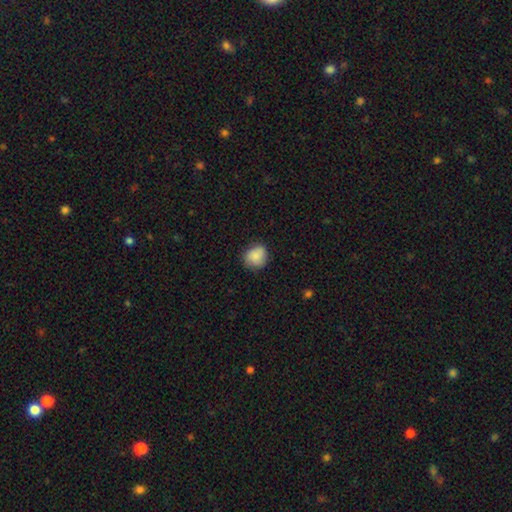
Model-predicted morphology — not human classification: A smooth galaxy with no disk features (85%) that is round (77%). Merging: none (77%).